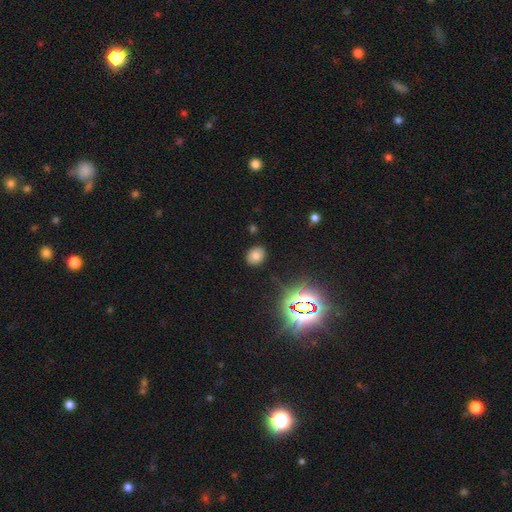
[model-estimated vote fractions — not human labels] Smooth or featured?
  - smooth: 71% *
  - star or artifact: 20%
  - featured or disk: 9%
How rounded?
  - in between: 53% *
  - round: 46%
  - cigar-shaped: 1%
Merging?
  - none: 87% *
  - minor disturbance: 9%
  - major disturbance: 3%
  - merger: 2%